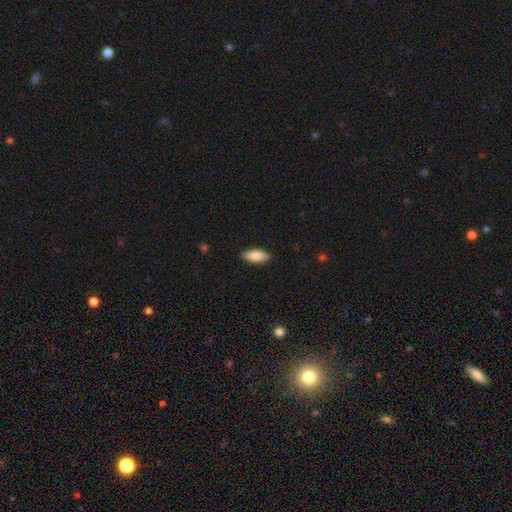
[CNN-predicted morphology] type=smooth (85%); roundness=in between (76%); merging=none (89%).